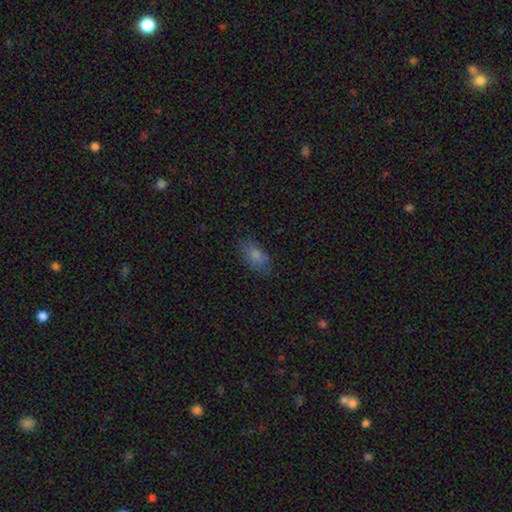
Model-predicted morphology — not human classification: Smooth or featured? smooth (77%)
How rounded? in between (89%)
Merging? none (72%)